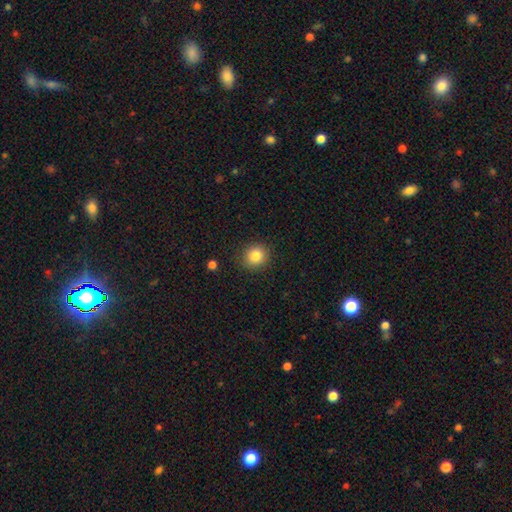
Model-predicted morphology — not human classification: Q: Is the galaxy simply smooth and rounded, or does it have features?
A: smooth — 84%.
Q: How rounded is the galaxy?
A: round — 82%.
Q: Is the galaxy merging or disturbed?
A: none — 88%.